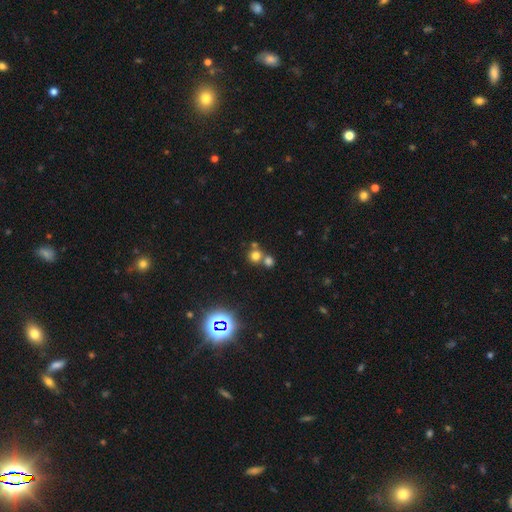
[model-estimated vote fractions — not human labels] smooth 68%, star or artifact 23%, featured or disk 9%. Down the decision tree: how rounded — round (89%); merging — none (55%).